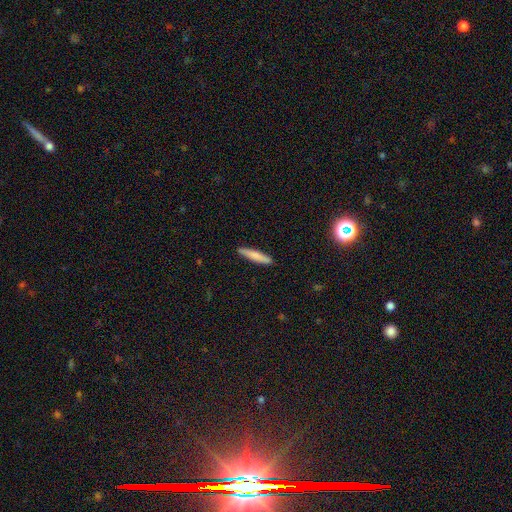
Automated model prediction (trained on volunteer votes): A smooth galaxy with no disk features (77%) that is cigar-shaped (91%).

Vote fractions:
- Smooth or featured? smooth: 77% / featured or disk: 18% / star or artifact: 5%
- How rounded? cigar-shaped: 91% / in between: 8% / round: 1%
- Merging? none: 90% / minor disturbance: 7% / major disturbance: 1% / merger: 1%